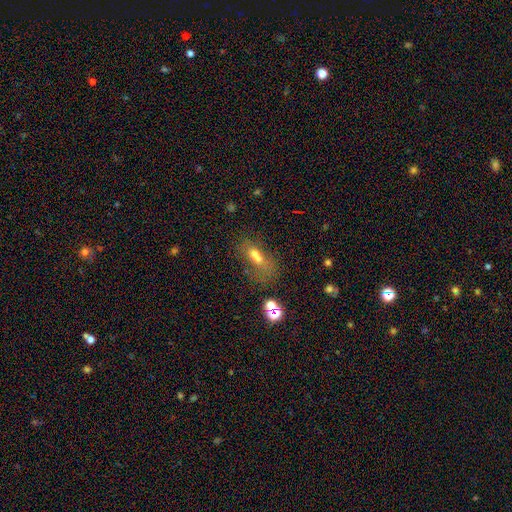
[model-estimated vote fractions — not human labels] Morphology: type=smooth (56%); roundness=in between (62%); merging=merger (49%).